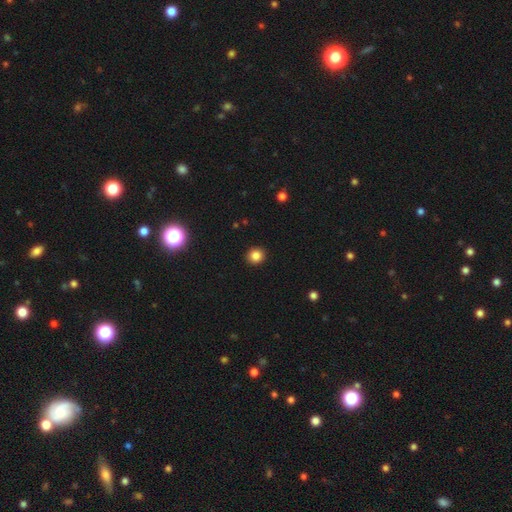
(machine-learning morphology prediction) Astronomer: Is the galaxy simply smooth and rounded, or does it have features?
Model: smooth — 84%.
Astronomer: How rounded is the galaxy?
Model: round — 90%.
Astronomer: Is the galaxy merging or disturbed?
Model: none — 92%.